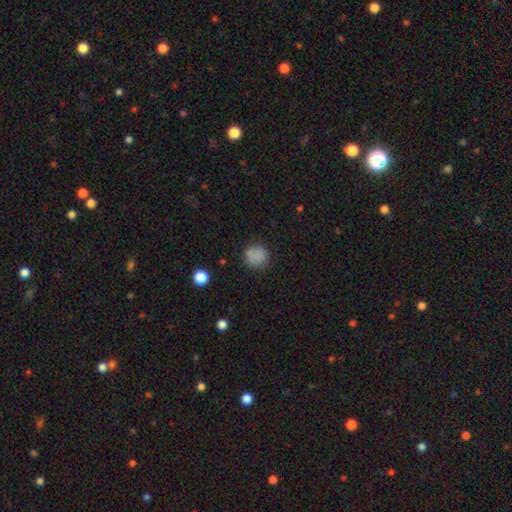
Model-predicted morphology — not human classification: Overall: smooth (81%). How rounded: round (91%). Merging: none (80%).